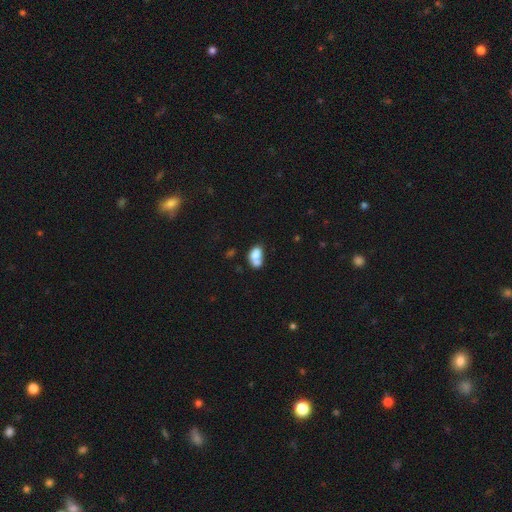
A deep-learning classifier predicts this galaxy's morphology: smooth_or_featured: smooth (p=0.74) [alt: featured or disk p=0.16]
how_rounded: in between (p=0.85) [alt: round p=0.13]
merging: merger (p=0.45) [alt: none p=0.27]